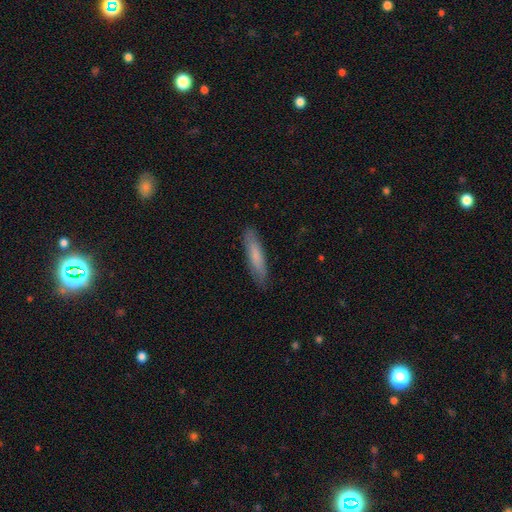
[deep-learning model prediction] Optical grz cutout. It shows a smooth galaxy with no disk features (74%) that is cigar-shaped (80%). Merging: none (87%).